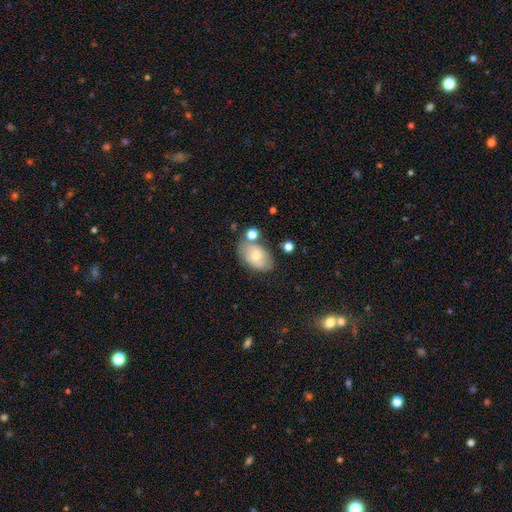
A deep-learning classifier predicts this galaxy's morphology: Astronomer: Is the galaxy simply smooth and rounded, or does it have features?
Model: smooth — 58%.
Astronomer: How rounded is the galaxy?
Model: in between — 87%.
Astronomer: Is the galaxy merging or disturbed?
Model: none — 60%.